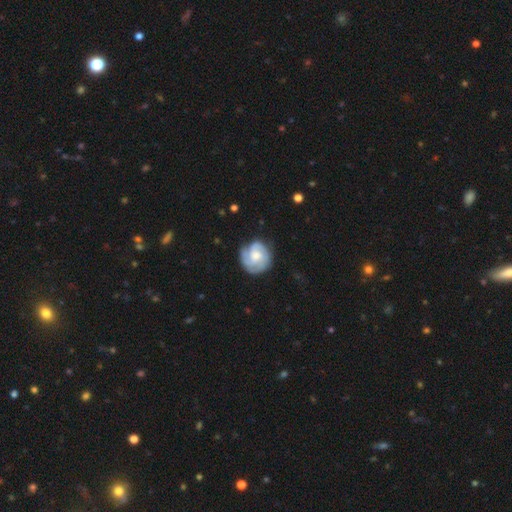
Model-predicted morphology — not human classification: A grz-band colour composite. It shows a featured or disk galaxy (72%) with no bar (64%), 3 (41%) tight (58%) spiral arms (94%) and a moderate central bulge (53%). Merging: none (74%).